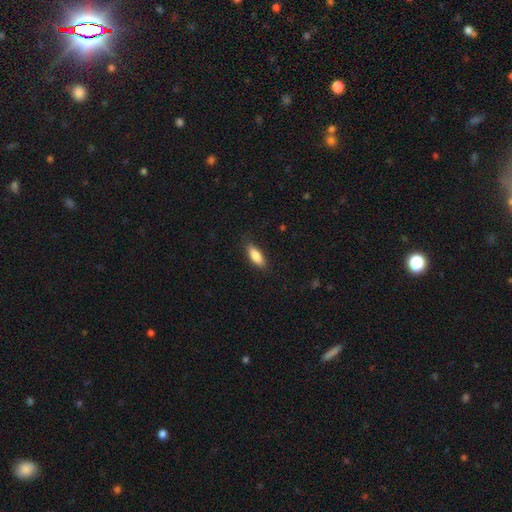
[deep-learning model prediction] Overall: smooth (84%). How rounded: in between (66%; cigar-shaped 32%). Merging: none (85%).